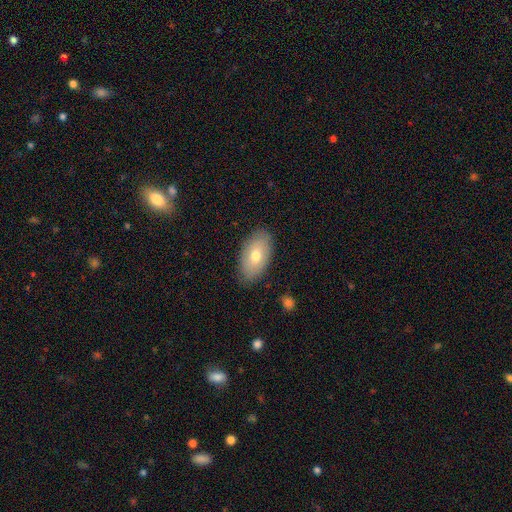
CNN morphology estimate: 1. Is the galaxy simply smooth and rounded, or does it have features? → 67% smooth, 27% featured or disk, 7% star or artifact.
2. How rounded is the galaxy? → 94% in between, 4% round, 2% cigar-shaped.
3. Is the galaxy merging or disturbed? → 84% none, 12% minor disturbance, 3% major disturbance, 1% merger.